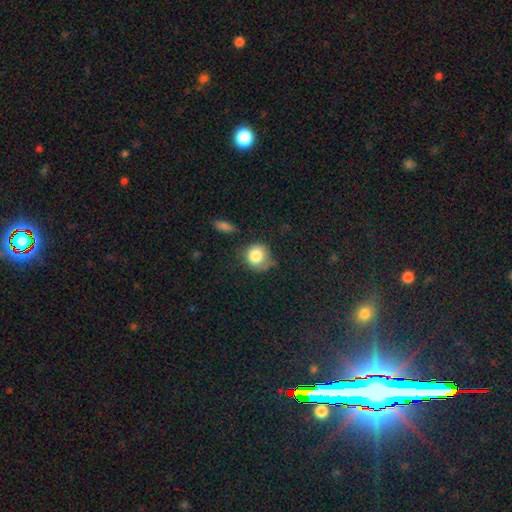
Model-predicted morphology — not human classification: The model was most divided on "merging": none: 52%, minor disturbance: 31%, major disturbance: 12%, merger: 5%. More confident: smooth or featured — smooth (82%); how rounded — round (81%).